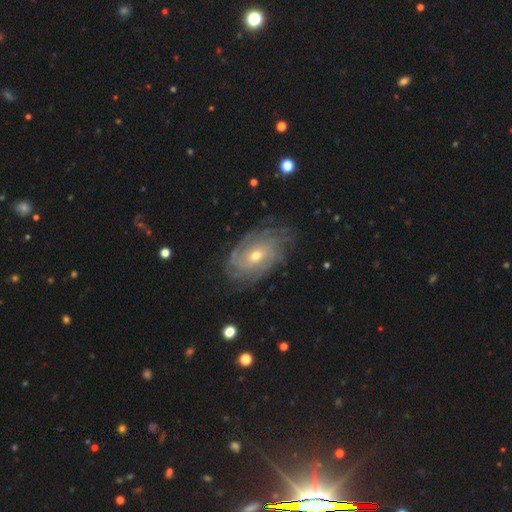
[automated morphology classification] This is clearly a featured or disk galaxy (83%). It is clearly not viewed edge-on (95%). Bar: likely no (63%). Spiral arm pattern: clearly yes (94%). Spiral arm count: marginally can't tell (44%). Spiral winding: likely tight (73%). Central bulge: possibly moderate (51%). Merging: likely none (79%).